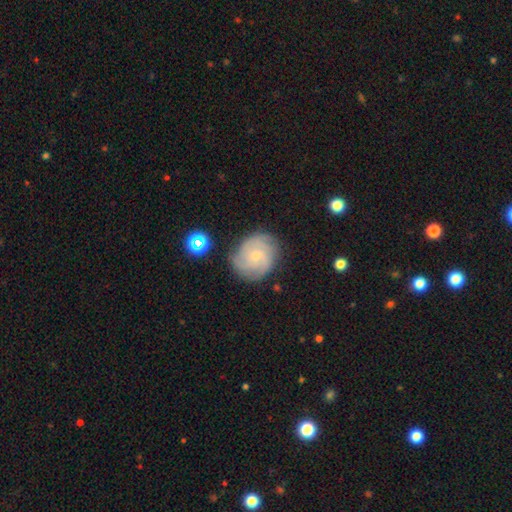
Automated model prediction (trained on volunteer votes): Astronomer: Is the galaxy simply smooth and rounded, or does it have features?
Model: featured or disk — 74%.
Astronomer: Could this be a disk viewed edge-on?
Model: no — 98%.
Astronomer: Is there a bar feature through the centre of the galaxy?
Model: no — 72%.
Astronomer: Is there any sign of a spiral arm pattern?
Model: yes — 95%.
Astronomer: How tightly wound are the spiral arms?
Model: tight — 63%.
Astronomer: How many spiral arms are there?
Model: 3 — 30% (runner-up: can't tell, 26%).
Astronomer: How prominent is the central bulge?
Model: small — 68%.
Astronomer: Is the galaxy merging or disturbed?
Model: none — 75%.